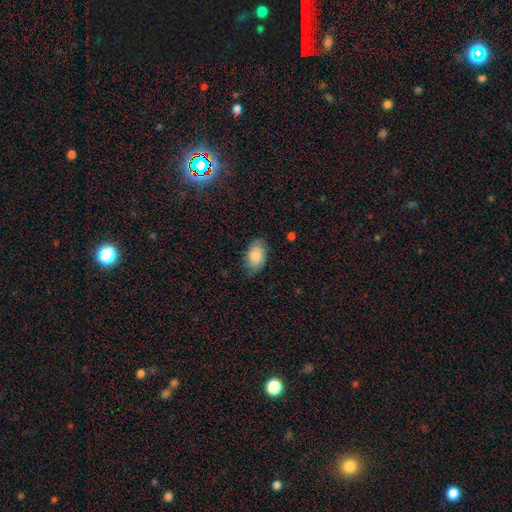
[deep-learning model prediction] Smooth or featured? Predicted: smooth (p=0.77). How rounded? Predicted: in between (p=0.91). Merging? Predicted: none (p=0.71).